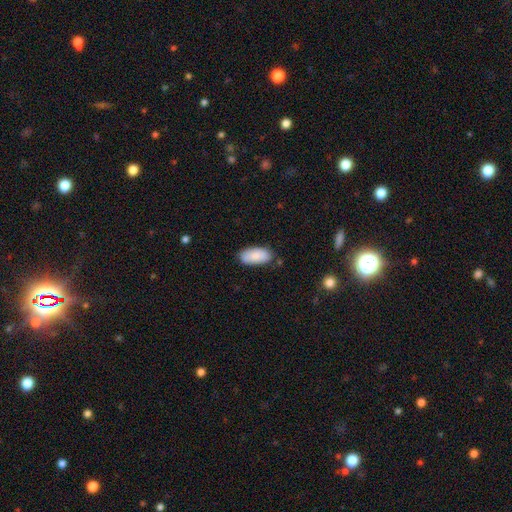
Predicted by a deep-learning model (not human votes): Q: Smooth or featured?
A: smooth (86%); runner-up: featured or disk (8%)
Q: How rounded?
A: in between (92%); runner-up: cigar-shaped (6%)
Q: Merging?
A: none (78%); runner-up: minor disturbance (16%)